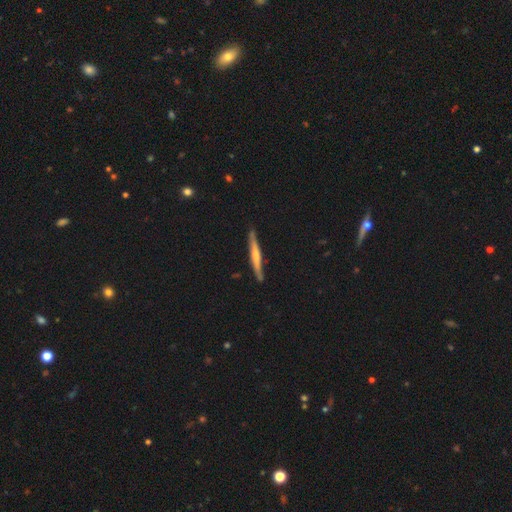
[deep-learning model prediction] Morphology: type=featured or disk (54%); edge-on=yes (95%); edge-on bulge=rounded (41%); merging=none (84%).